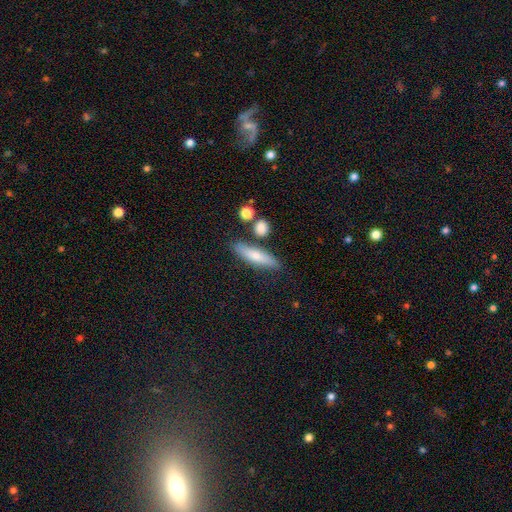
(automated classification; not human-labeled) Morphology: type=smooth (64%); roundness=cigar-shaped (72%); merging=none (76%).